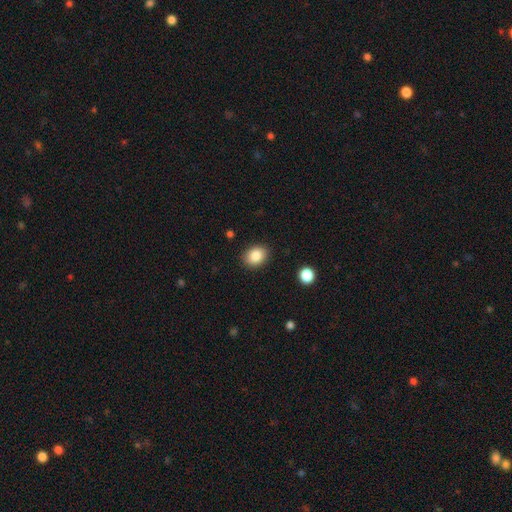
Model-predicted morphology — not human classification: This appears to be a smooth galaxy with no disk features (86%) that is in between round and cigar-shaped (57%). Merging: none (88%).